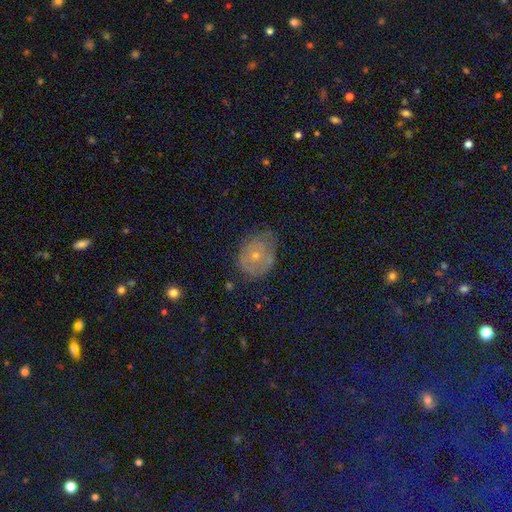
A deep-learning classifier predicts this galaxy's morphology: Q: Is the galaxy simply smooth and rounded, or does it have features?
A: featured or disk — 45%.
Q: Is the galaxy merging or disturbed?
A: none — 56%.